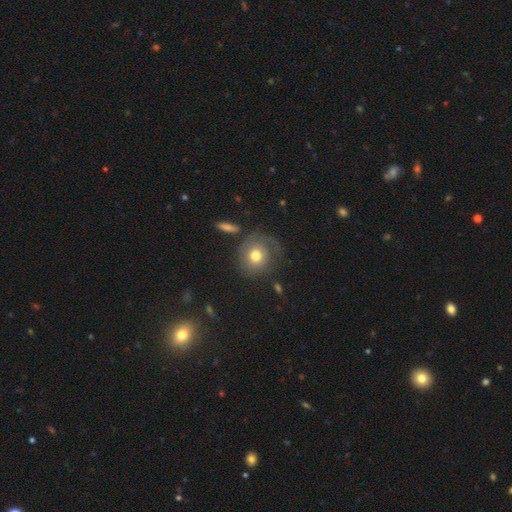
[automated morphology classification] A smooth galaxy with no disk features (54%) that is round (83%).

Vote fractions:
- Smooth or featured? smooth: 54% / featured or disk: 37% / star or artifact: 9%
- How rounded? round: 83% / in between: 16% / cigar-shaped: 1%
- Merging? none: 60% / minor disturbance: 19% / major disturbance: 16% / merger: 4%